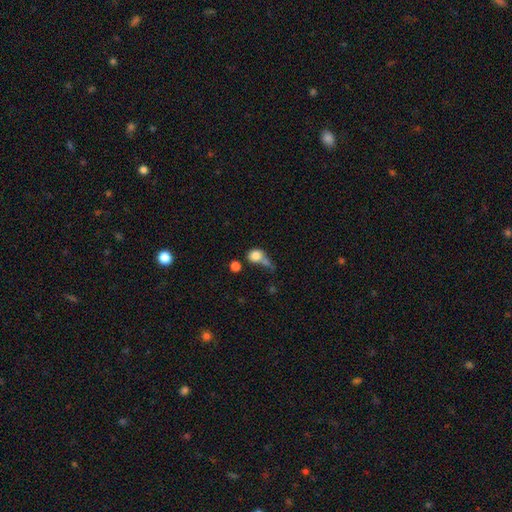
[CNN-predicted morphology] Smooth or featured?
  - smooth: 78% *
  - featured or disk: 12%
  - star or artifact: 10%
How rounded?
  - round: 68% *
  - in between: 30%
  - cigar-shaped: 2%
Merging?
  - merger: 35% *
  - none: 29%
  - major disturbance: 20%
  - minor disturbance: 16%